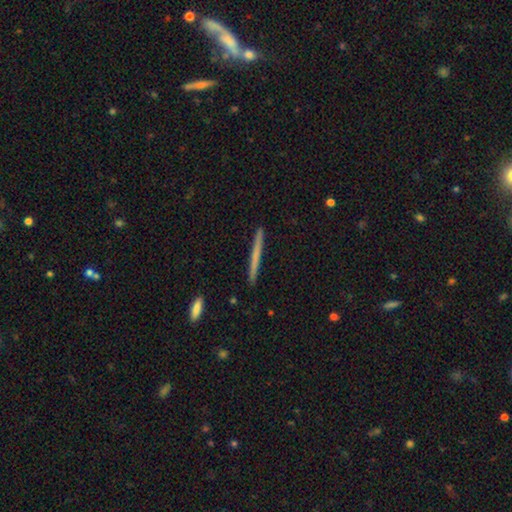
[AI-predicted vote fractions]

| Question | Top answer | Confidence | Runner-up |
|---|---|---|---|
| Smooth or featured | smooth | 53% | featured or disk (41%) |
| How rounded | cigar-shaped | 97% | in between (2%) |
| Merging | none | 92% | minor disturbance (5%) |